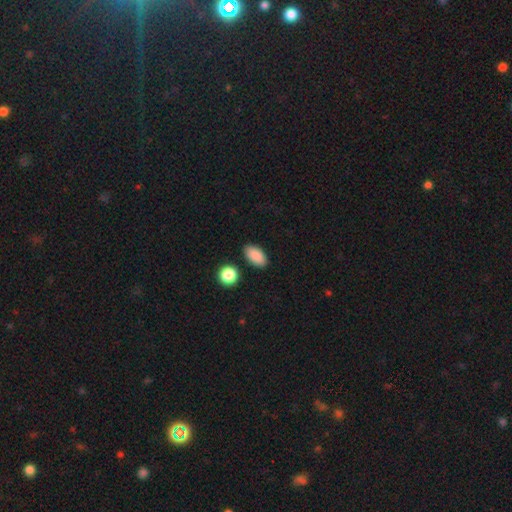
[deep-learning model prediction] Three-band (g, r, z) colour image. It shows a smooth galaxy with no disk features (89%) that is in between round and cigar-shaped (92%). Merging: none (85%).